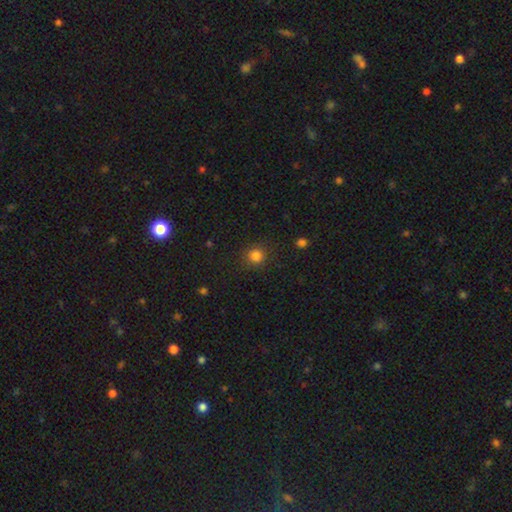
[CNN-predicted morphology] smooth 83%, star or artifact 13%, featured or disk 4%. Down the decision tree: how rounded — round (92%); merging — none (88%).